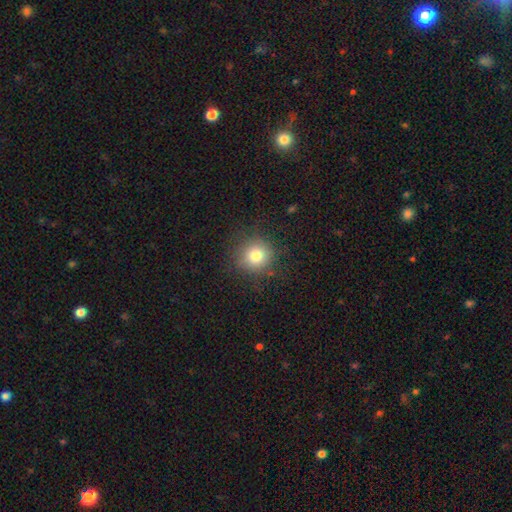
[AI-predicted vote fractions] Smooth or featured? smooth (80%)
How rounded? round (91%)
Merging? none (83%)